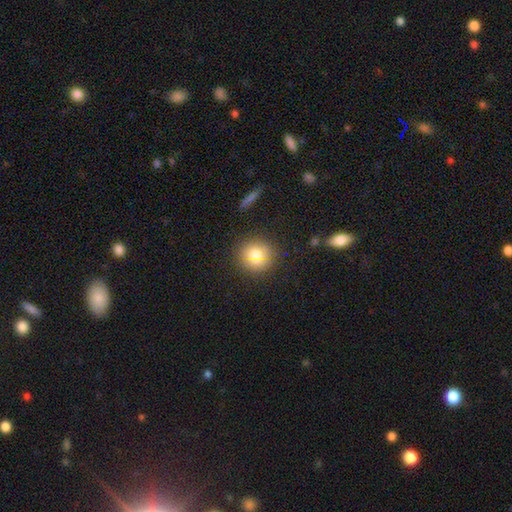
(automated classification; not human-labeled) smooth_or_featured: smooth (p=0.75) [alt: star or artifact p=0.14]
how_rounded: round (p=0.91) [alt: in between p=0.08]
merging: none (p=0.87) [alt: minor disturbance p=0.09]